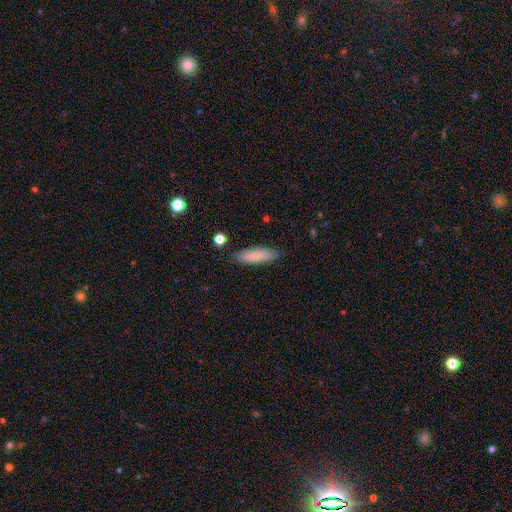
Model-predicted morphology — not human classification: Smooth or featured? Predicted: smooth (p=0.81). How rounded? Predicted: cigar-shaped (p=0.53). Merging? Predicted: none (p=0.84).